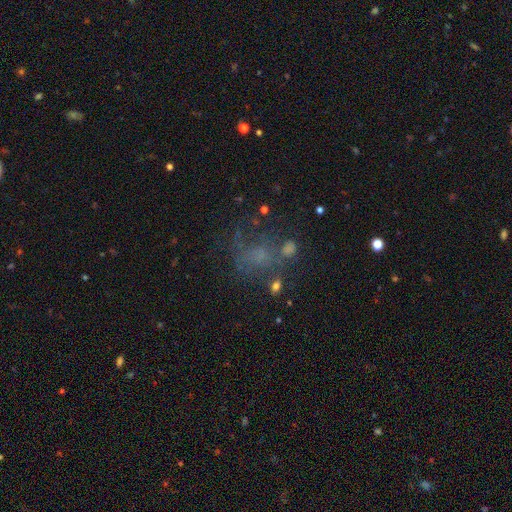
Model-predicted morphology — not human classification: Q: Smooth or featured?
A: smooth (38%); runner-up: featured or disk (35%)
Q: Merging?
A: none (37%); runner-up: major disturbance (31%)